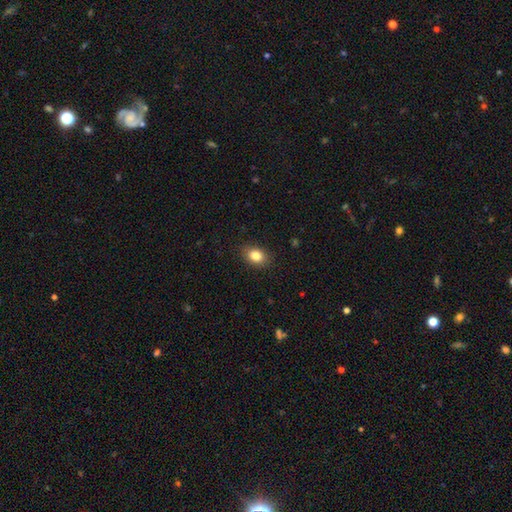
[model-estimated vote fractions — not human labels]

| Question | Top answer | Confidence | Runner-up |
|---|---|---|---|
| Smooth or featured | smooth | 84% | star or artifact (9%) |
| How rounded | in between | 74% | round (25%) |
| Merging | none | 87% | minor disturbance (9%) |